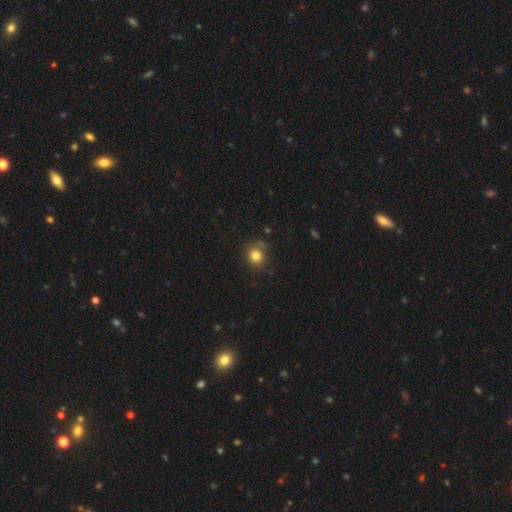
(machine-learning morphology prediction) Smooth or featured? Predicted: smooth (p=0.81). How rounded? Predicted: round (p=0.82). Merging? Predicted: none (p=0.71).